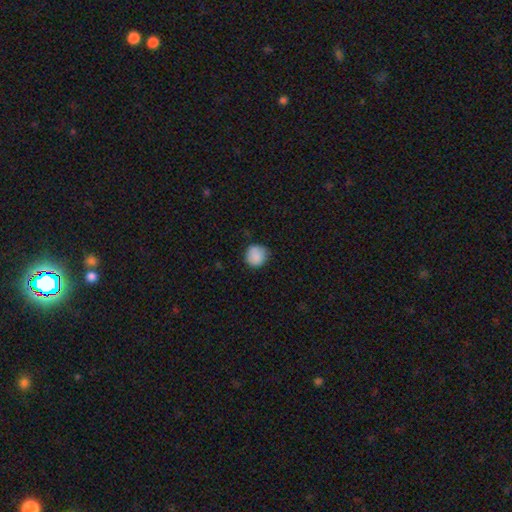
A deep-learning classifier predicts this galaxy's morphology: This is clearly a smooth galaxy (87%). How rounded: clearly round (88%). Merging: likely none (75%).